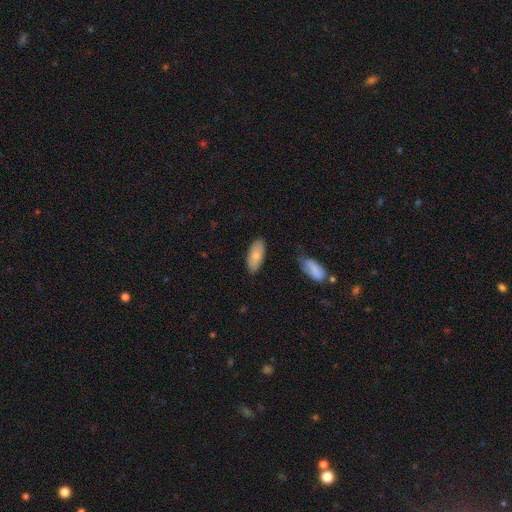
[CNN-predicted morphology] A smooth galaxy with no disk features (78%) that is in between round and cigar-shaped (89%). Merging: none (80%).